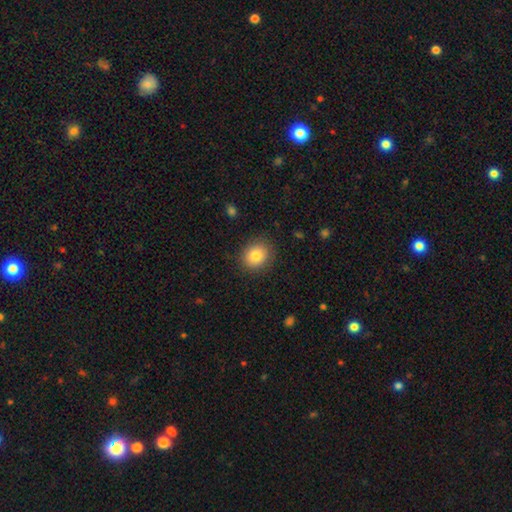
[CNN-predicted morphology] smooth-or-featured: smooth: 83% | star or artifact: 9% | featured or disk: 8%
  how-rounded: round: 68% | in between: 32% | cigar-shaped: 1%
  merging: none: 87% | minor disturbance: 9% | major disturbance: 3% | merger: 1%